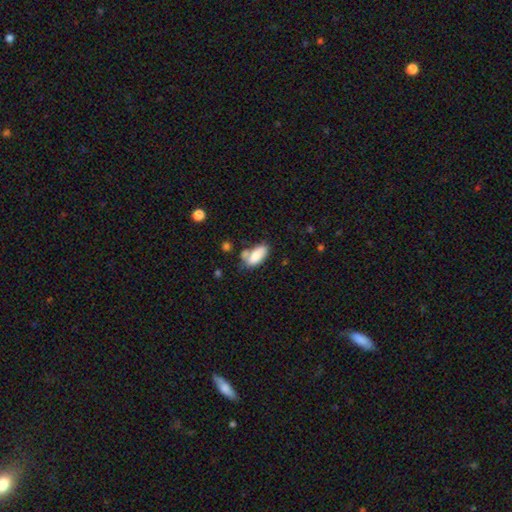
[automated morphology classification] The model was most divided on "merging": none: 47%, minor disturbance: 23%, merger: 22%, major disturbance: 8%. More confident: how rounded — in between (89%); smooth or featured — smooth (82%).